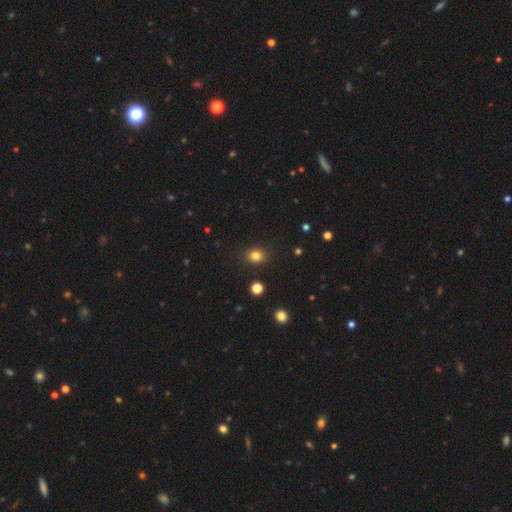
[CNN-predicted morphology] The model was most divided on "how rounded": round: 64%, in between: 35%, cigar-shaped: 1%. More confident: merging — none (87%); smooth or featured — smooth (81%).